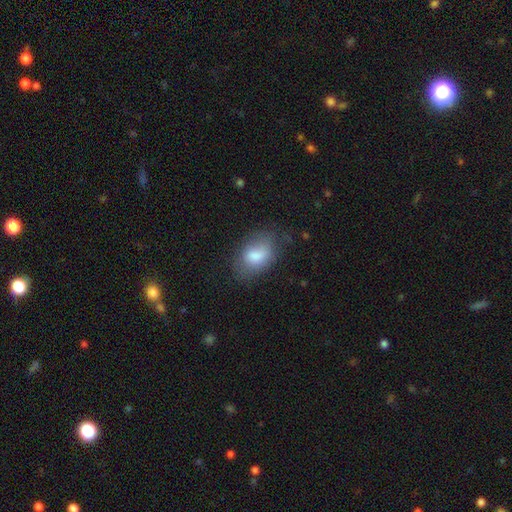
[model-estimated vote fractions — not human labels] A smooth galaxy with no disk features (77%) that is in between round and cigar-shaped (87%). Merging: none (71%).